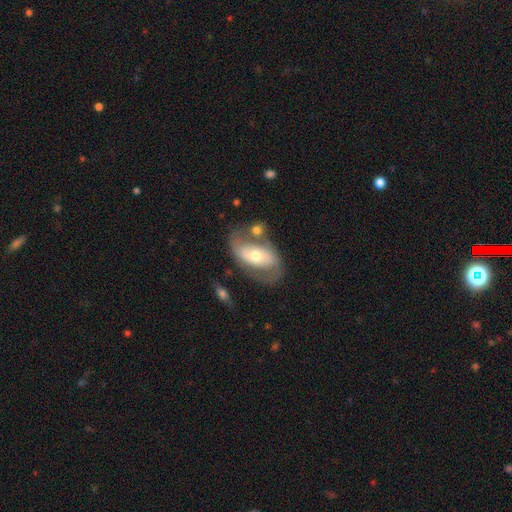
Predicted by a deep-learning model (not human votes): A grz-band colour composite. It shows a featured or disk galaxy (70%) with no bar (46%), spiral arms (75%) and a moderate central bulge (56%). Merging: none (54%).